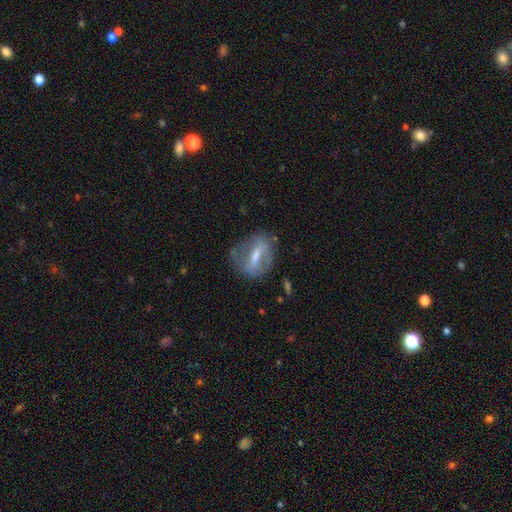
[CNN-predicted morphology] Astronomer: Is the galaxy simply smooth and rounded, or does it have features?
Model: featured or disk — 59%.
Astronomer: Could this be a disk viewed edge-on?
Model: no — 88%.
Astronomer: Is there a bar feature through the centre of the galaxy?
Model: strong — 47% (runner-up: weak, 37%).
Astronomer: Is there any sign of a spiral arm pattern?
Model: no — 56% (runner-up: yes, 44%).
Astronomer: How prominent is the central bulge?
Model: moderate — 46% (runner-up: small, 31%).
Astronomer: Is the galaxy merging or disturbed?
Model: none — 65%.